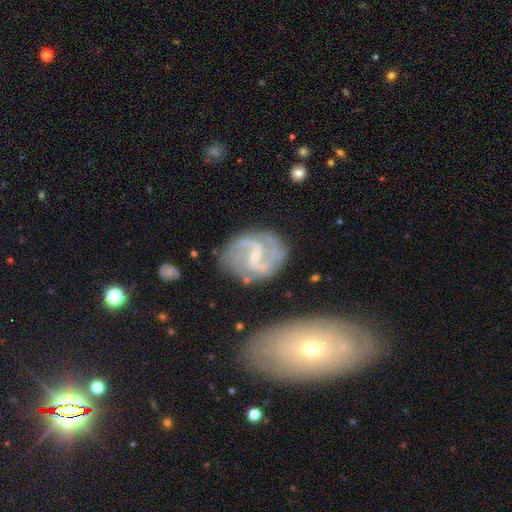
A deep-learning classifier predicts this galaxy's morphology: The model was most divided on "spiral winding": medium: 51%, loose: 33%, tight: 17%. More confident: edge-on disk — no (98%); spiral arms — yes (97%); smooth or featured — featured or disk (90%); bulge size — small (76%); spiral arm count — 2 (75%); merging — none (72%); bar — weak (51%).